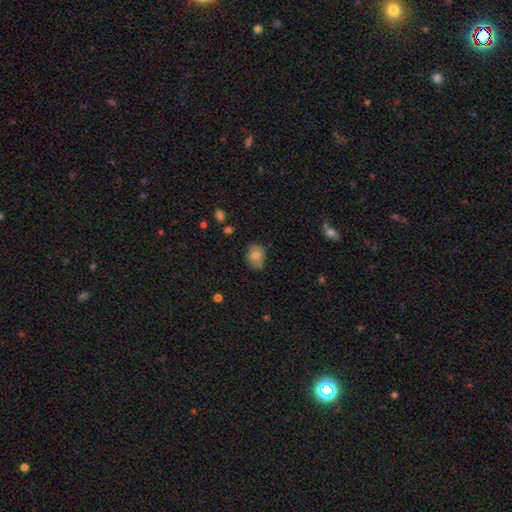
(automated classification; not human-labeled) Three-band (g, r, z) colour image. It shows a smooth galaxy with no disk features (76%) that is in between round and cigar-shaped (60%). Merging: none (68%).